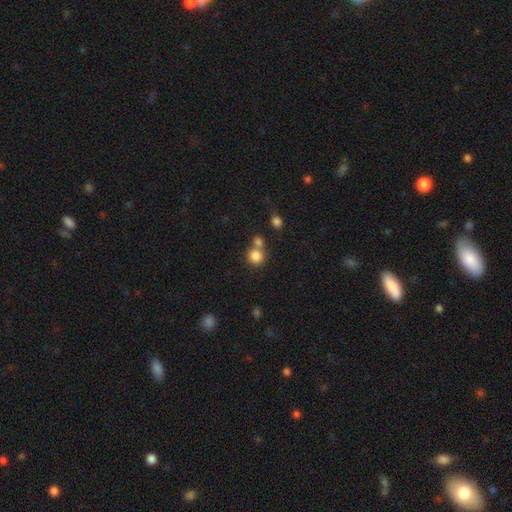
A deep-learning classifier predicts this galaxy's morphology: This appears to be a smooth galaxy with no disk features (82%) that is round (90%). Merging: none (56%).